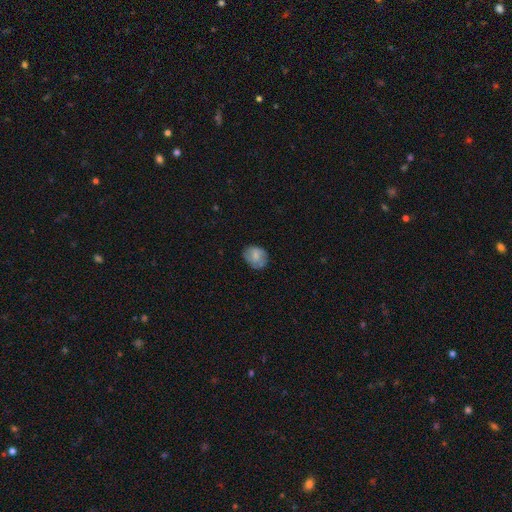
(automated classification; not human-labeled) A smooth galaxy with no disk features (72%) that is round (59%).

Vote fractions:
- Smooth or featured? smooth: 72% / featured or disk: 20% / star or artifact: 8%
- How rounded? round: 59% / in between: 40% / cigar-shaped: 1%
- Merging? none: 70% / minor disturbance: 22% / major disturbance: 6% / merger: 2%